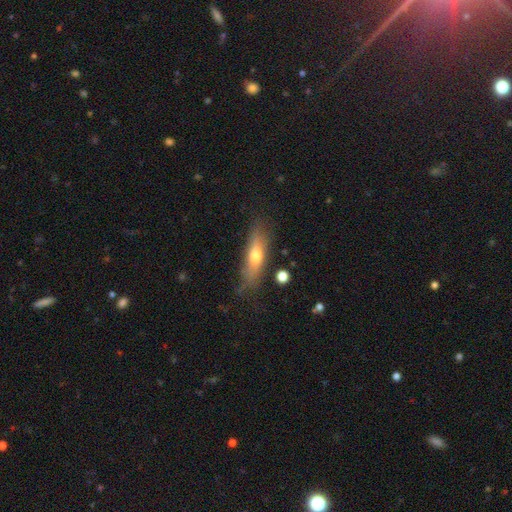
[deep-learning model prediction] A smooth galaxy with no disk features (59%) that is cigar-shaped (56%). Merging: none (74%).